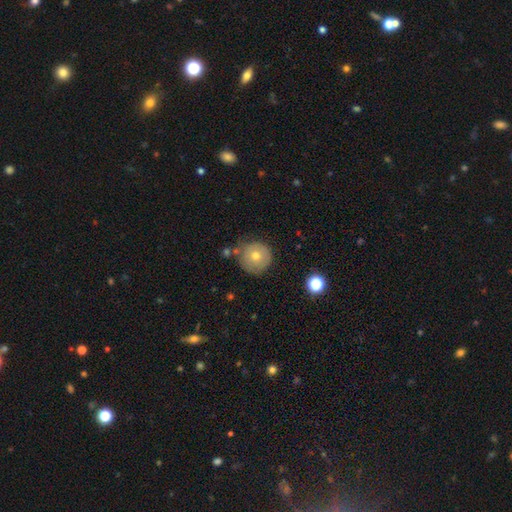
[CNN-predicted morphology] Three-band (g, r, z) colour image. It shows a smooth galaxy with no disk features (64%) that is round (95%). Merging: none (79%).